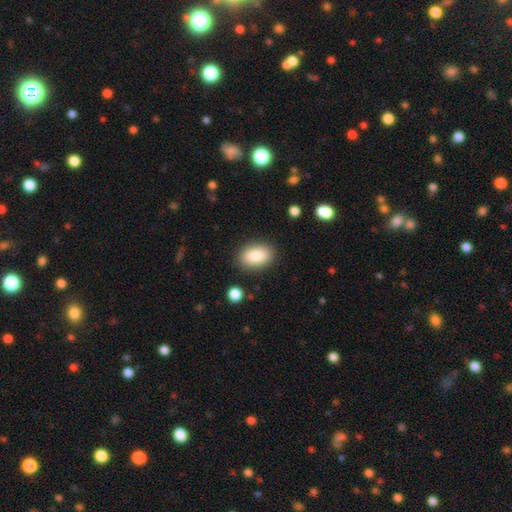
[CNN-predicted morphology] Smooth or featured?
  - smooth: 84% *
  - featured or disk: 8%
  - star or artifact: 7%
How rounded?
  - in between: 89% *
  - round: 10%
  - cigar-shaped: 2%
Merging?
  - none: 87% *
  - minor disturbance: 9%
  - major disturbance: 3%
  - merger: 2%